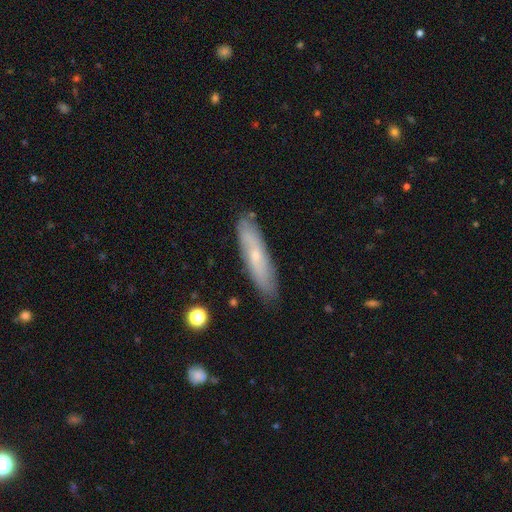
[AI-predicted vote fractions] Smooth or featured?
  - featured or disk: 47% *
  - smooth: 46%
  - star or artifact: 7%
Merging?
  - none: 83% *
  - minor disturbance: 13%
  - major disturbance: 2%
  - merger: 2%